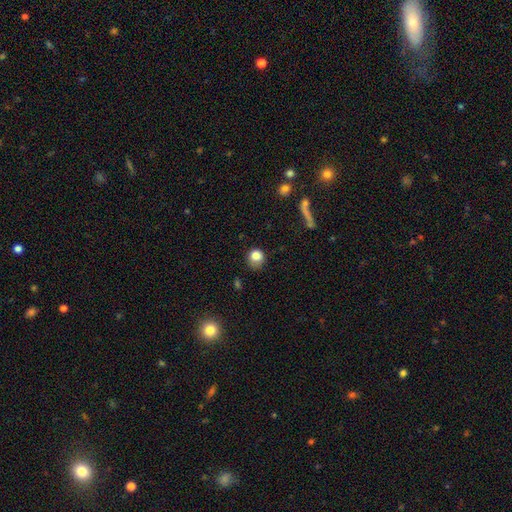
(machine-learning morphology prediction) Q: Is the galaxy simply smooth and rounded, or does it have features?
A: smooth — 82%.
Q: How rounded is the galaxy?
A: round — 83%.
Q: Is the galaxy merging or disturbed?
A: none — 66%.